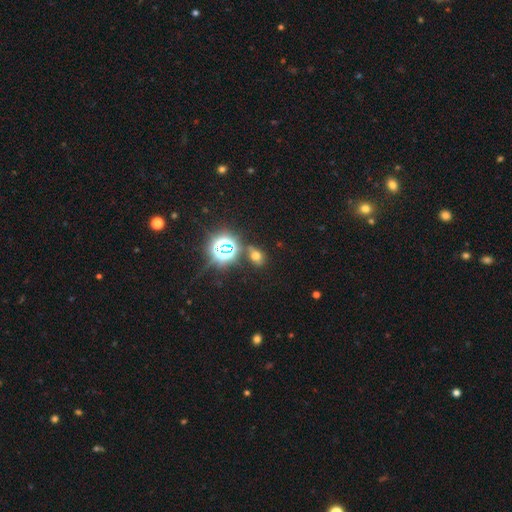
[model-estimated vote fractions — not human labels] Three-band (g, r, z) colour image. It shows a smooth galaxy with no disk features (51%) that is in between round and cigar-shaped (62%). Merging: none (72%).